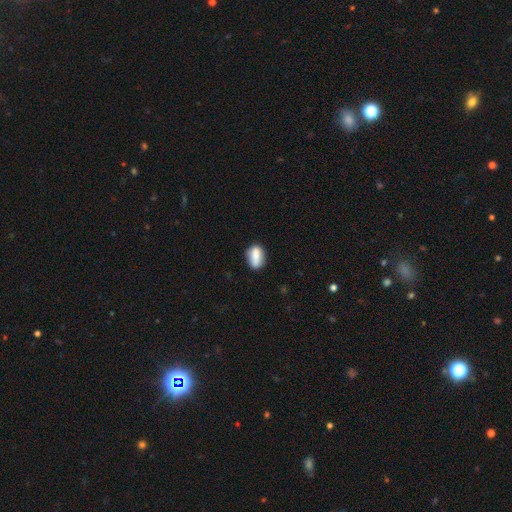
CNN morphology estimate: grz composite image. It shows a smooth galaxy with no disk features (80%) that is in between round and cigar-shaped (79%). Merging: none (73%).